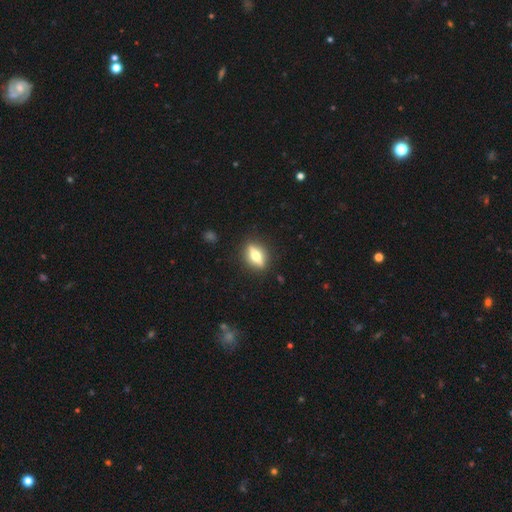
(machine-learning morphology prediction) Smooth or featured: featured or disk — 56% (smooth — 36%)
Edge-on disk: yes — 84% (no — 16%)
Merging: none — 87% (minor disturbance — 9%)